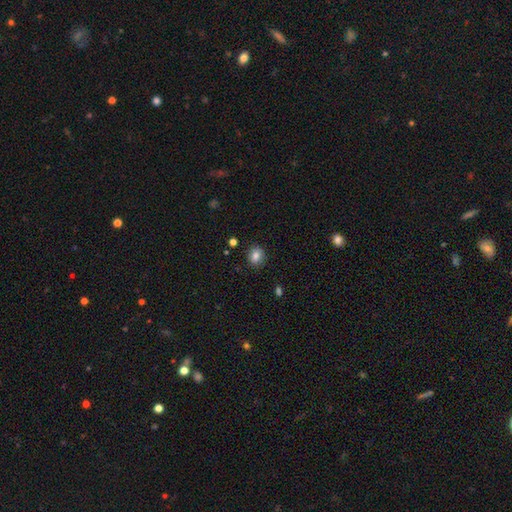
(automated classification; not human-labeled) The model was most divided on "how rounded": round: 71%, in between: 28%, cigar-shaped: 1%. More confident: merging — none (88%); smooth or featured — smooth (81%).